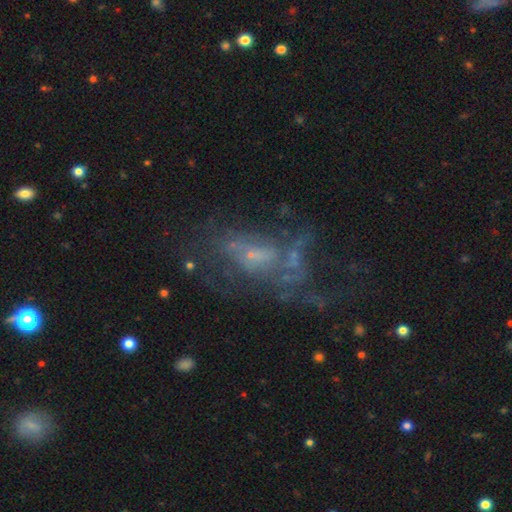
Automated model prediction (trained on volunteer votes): This appears to be a featured or disk galaxy (65%) with no bar (68%), no spiral arms (54%) and a small central bulge (66%). Merging: major disturbance (39%).